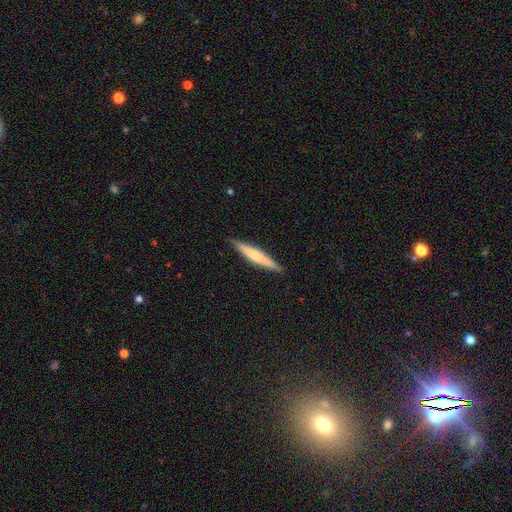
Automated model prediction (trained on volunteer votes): This appears to be a smooth galaxy with no disk features (49%). Merging: none (90%).